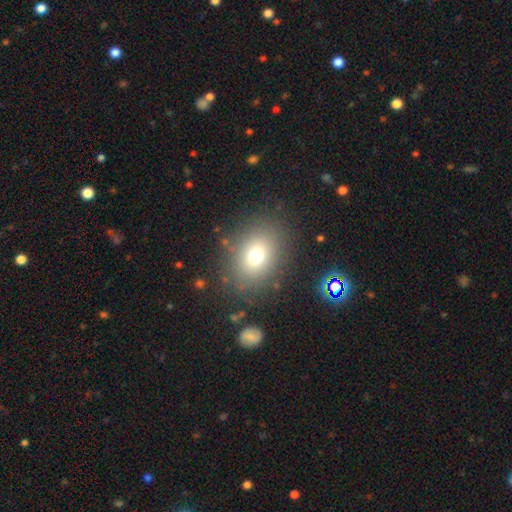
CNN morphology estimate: Smooth or featured? smooth (73%)
How rounded? in between (62%)
Merging? none (83%)